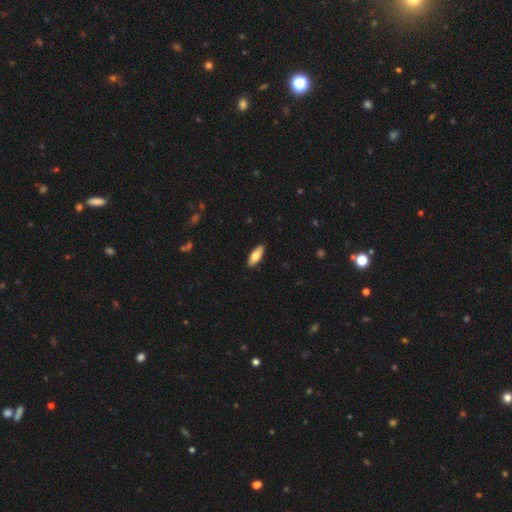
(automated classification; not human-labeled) Smooth or featured? Predicted: smooth (p=0.77). How rounded? Predicted: in between (p=0.72). Merging? Predicted: none (p=0.90).